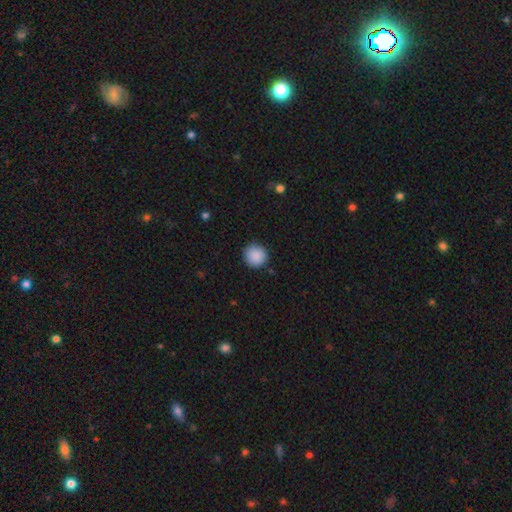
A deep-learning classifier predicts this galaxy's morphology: smooth_or_featured: smooth (p=0.90) [alt: star or artifact p=0.08]
how_rounded: round (p=0.94) [alt: in between p=0.05]
merging: none (p=0.89) [alt: minor disturbance p=0.08]